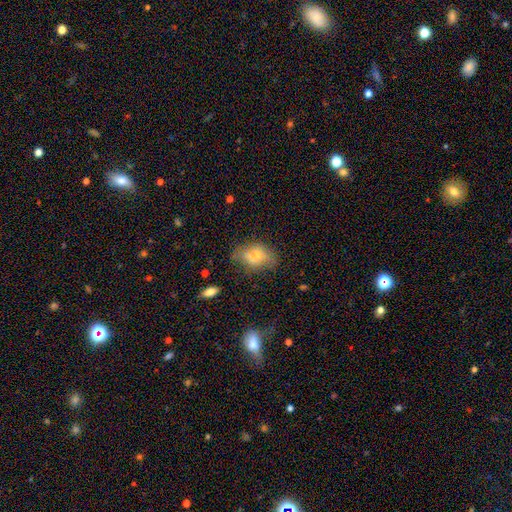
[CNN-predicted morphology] Smooth or featured?
  - smooth: 60% *
  - featured or disk: 29%
  - star or artifact: 11%
How rounded?
  - in between: 79% *
  - round: 18%
  - cigar-shaped: 3%
Merging?
  - none: 56% *
  - minor disturbance: 30%
  - major disturbance: 11%
  - merger: 3%